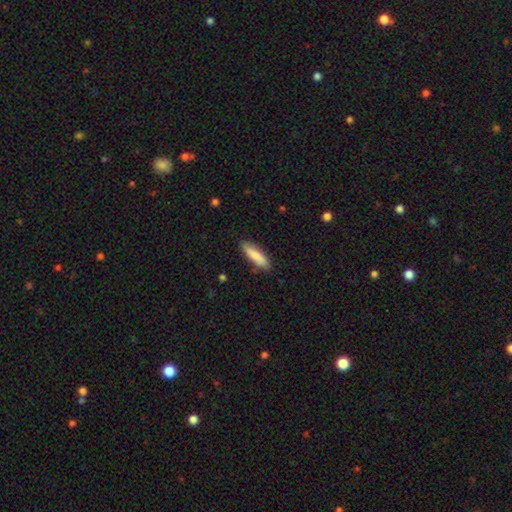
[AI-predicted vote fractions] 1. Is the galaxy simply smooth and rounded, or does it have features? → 84% smooth, 11% featured or disk, 5% star or artifact.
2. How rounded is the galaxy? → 57% cigar-shaped, 41% in between, 2% round.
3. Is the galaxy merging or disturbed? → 83% none, 13% minor disturbance, 2% major disturbance, 2% merger.